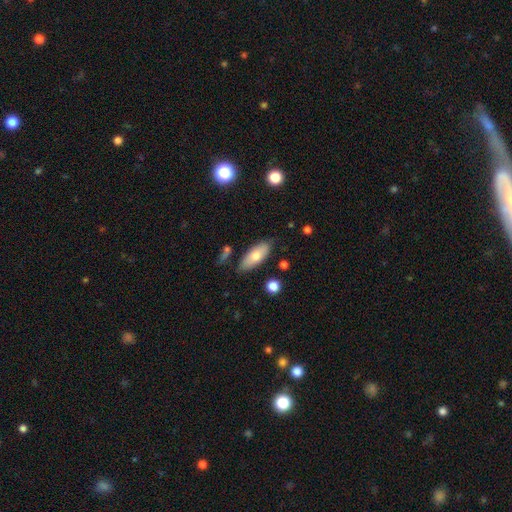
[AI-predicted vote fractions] A smooth galaxy with no disk features (72%) that is in between round and cigar-shaped (77%).

Vote fractions:
- Smooth or featured? smooth: 72% / featured or disk: 22% / star or artifact: 6%
- How rounded? in between: 77% / cigar-shaped: 20% / round: 2%
- Merging? none: 80% / minor disturbance: 14% / merger: 4% / major disturbance: 3%